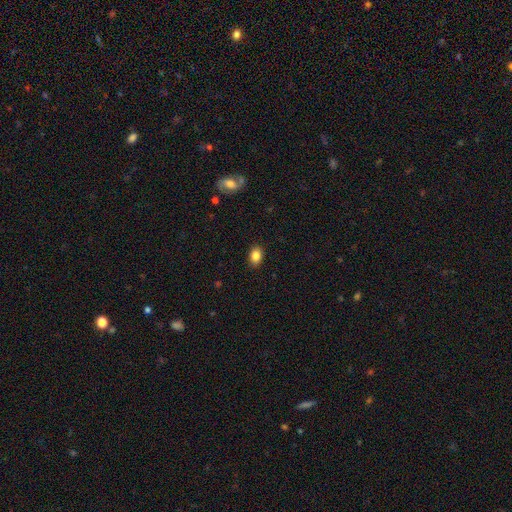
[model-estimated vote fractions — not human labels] Smooth or featured?
  - smooth: 85% *
  - star or artifact: 9%
  - featured or disk: 6%
How rounded?
  - in between: 78% *
  - round: 21%
  - cigar-shaped: 1%
Merging?
  - none: 89% *
  - minor disturbance: 8%
  - major disturbance: 2%
  - merger: 1%